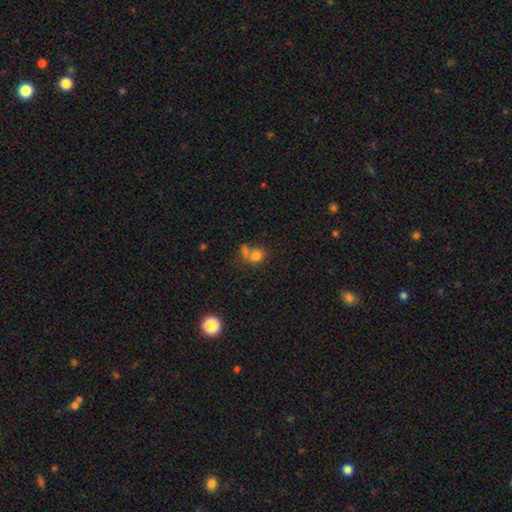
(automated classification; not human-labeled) This is likely a smooth galaxy (77%). How rounded: likely round (75%). Merging: marginally merger (41%).